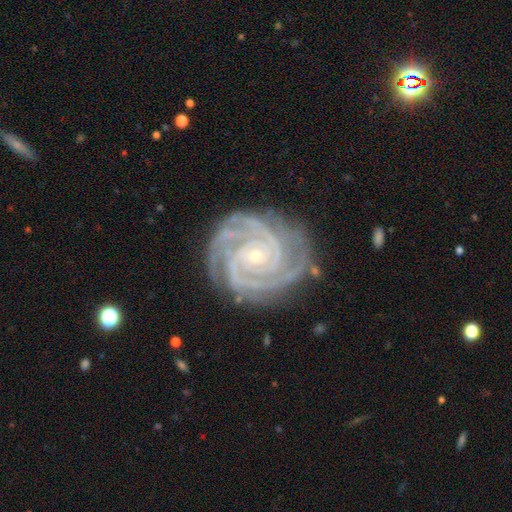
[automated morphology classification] The model was most divided on "spiral arm count": 3: 31%, 2: 25%, 4: 20%, can't tell: 10%, more than 4: 7%, 1: 7%. More confident: spiral arms — yes (99%); edge-on disk — no (98%); smooth or featured — featured or disk (93%); spiral winding — tight (84%); bulge size — small (81%); merging — none (79%); bar — no (69%).